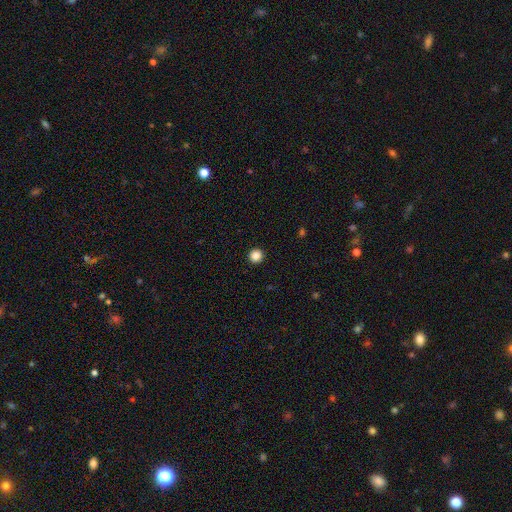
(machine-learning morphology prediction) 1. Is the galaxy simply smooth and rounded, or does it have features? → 86% smooth, 11% star or artifact, 3% featured or disk.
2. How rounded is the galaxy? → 96% round, 3% in between, 1% cigar-shaped.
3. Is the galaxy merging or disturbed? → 94% none, 4% minor disturbance, 1% major disturbance, 1% merger.